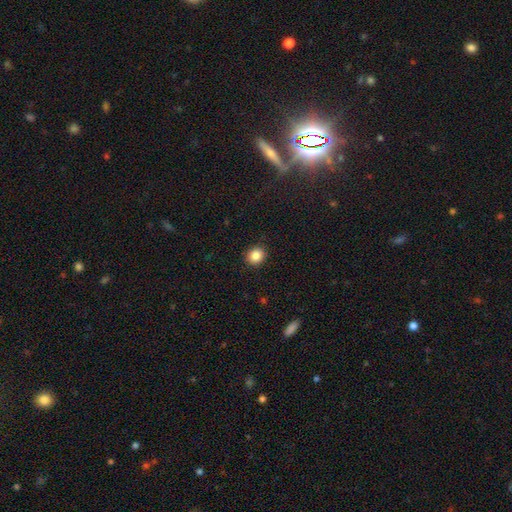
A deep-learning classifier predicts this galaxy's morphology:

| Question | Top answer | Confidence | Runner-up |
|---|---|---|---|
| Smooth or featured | smooth | 86% | star or artifact (10%) |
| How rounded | round | 81% | in between (18%) |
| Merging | none | 91% | minor disturbance (6%) |